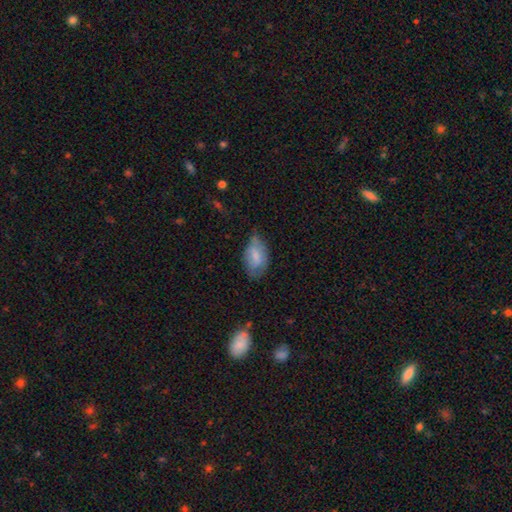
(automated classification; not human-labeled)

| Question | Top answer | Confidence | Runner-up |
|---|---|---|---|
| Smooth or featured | smooth | 72% | featured or disk (21%) |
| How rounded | in between | 92% | round (5%) |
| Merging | none | 55% | minor disturbance (34%) |